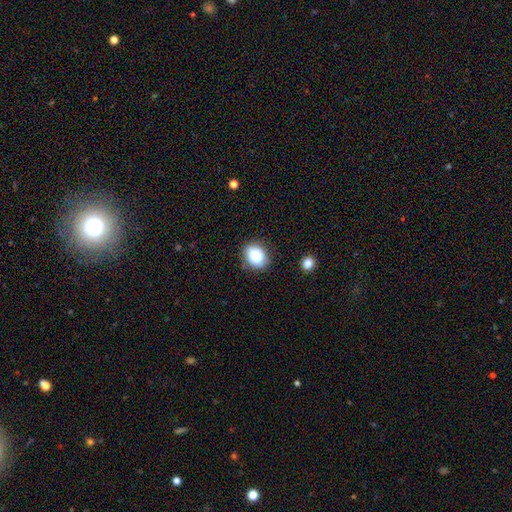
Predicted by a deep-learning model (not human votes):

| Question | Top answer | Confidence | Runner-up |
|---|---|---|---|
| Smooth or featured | smooth | 86% | star or artifact (8%) |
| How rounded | in between | 61% | round (39%) |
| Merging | none | 82% | minor disturbance (13%) |